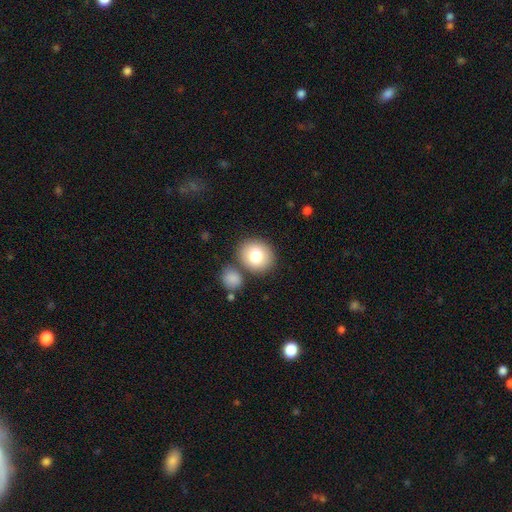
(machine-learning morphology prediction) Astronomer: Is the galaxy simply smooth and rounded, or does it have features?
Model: smooth — 79%.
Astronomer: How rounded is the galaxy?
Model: round — 76%.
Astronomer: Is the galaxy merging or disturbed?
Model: none — 75%.